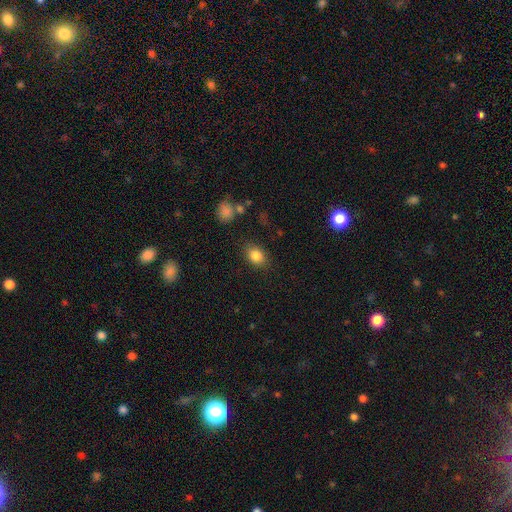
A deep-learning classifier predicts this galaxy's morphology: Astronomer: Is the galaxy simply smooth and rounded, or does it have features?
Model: smooth — 84%.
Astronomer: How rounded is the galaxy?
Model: in between — 69%.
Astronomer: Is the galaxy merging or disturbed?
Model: none — 82%.